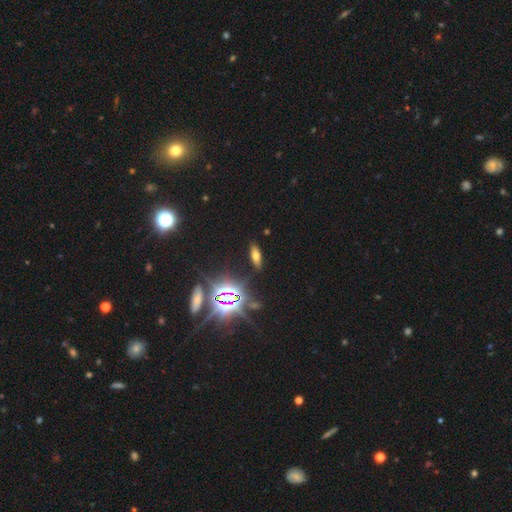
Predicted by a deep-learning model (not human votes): The model was most divided on "smooth or featured": smooth: 47%, star or artifact: 35%, featured or disk: 18%. More confident: merging — none (87%).